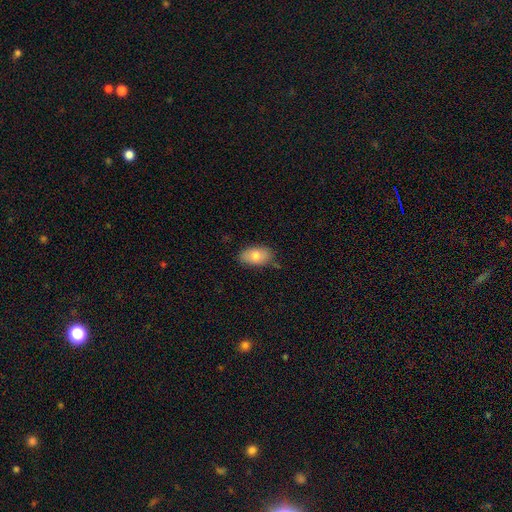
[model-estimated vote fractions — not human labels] smooth-or-featured: smooth: 79% | featured or disk: 14% | star or artifact: 7%
  how-rounded: in between: 92% | round: 6% | cigar-shaped: 2%
  merging: none: 75% | minor disturbance: 20% | major disturbance: 3% | merger: 2%